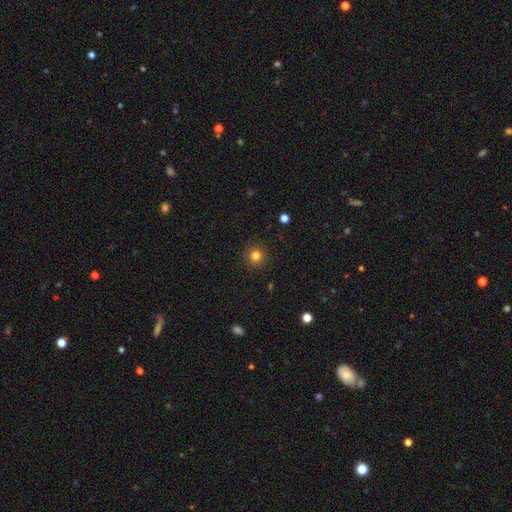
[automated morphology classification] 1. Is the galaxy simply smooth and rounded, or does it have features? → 81% smooth, 13% star or artifact, 5% featured or disk.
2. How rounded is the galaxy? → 95% round, 4% in between, 1% cigar-shaped.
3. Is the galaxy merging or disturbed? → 91% none, 5% minor disturbance, 2% major disturbance, 1% merger.